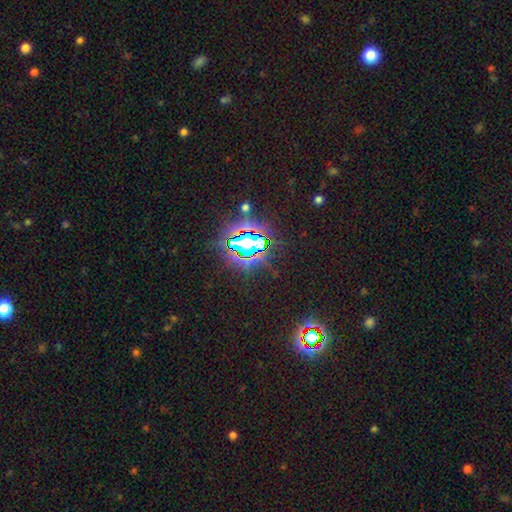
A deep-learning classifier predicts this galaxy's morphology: Q: Smooth or featured?
A: star or artifact (75%); runner-up: smooth (15%)